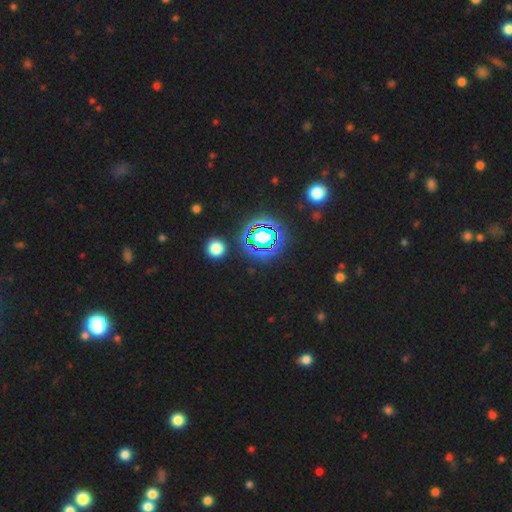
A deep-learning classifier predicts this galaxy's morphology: Smooth or featured?
  - star or artifact: 80% *
  - smooth: 13%
  - featured or disk: 7%